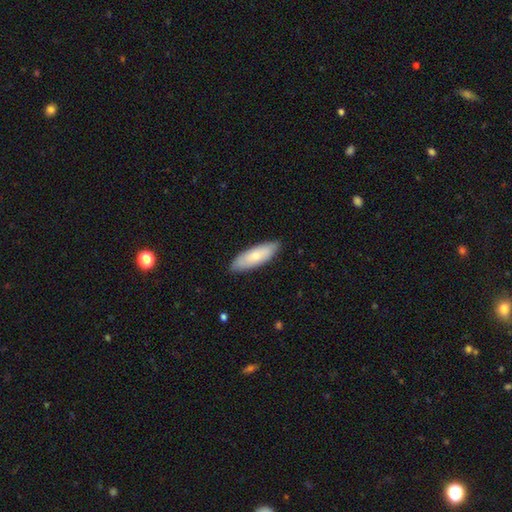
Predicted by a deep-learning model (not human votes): smooth_or_featured: smooth (p=0.72) [alt: featured or disk p=0.23]
how_rounded: in between (p=0.58) [alt: cigar-shaped p=0.40]
merging: none (p=0.87) [alt: minor disturbance p=0.11]